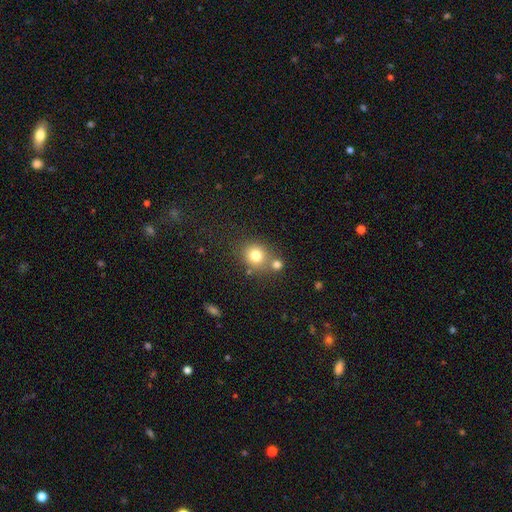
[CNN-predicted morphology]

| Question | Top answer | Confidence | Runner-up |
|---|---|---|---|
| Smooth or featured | smooth | 78% | star or artifact (13%) |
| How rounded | round | 82% | in between (17%) |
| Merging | none | 62% | merger (24%) |